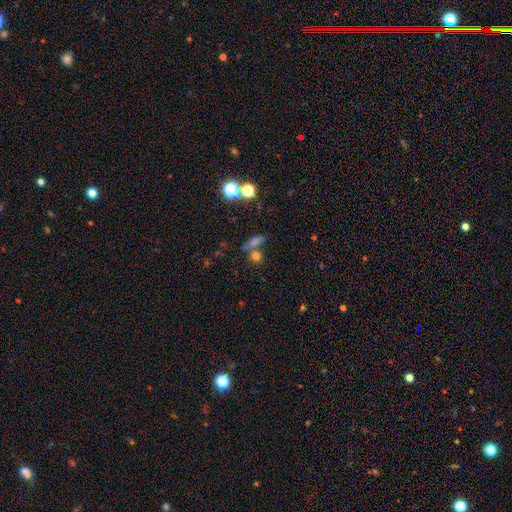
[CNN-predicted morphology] The model was most divided on "merging": none: 55%, merger: 30%, minor disturbance: 10%, major disturbance: 5%. More confident: smooth or featured — smooth (69%); how rounded — round (61%).